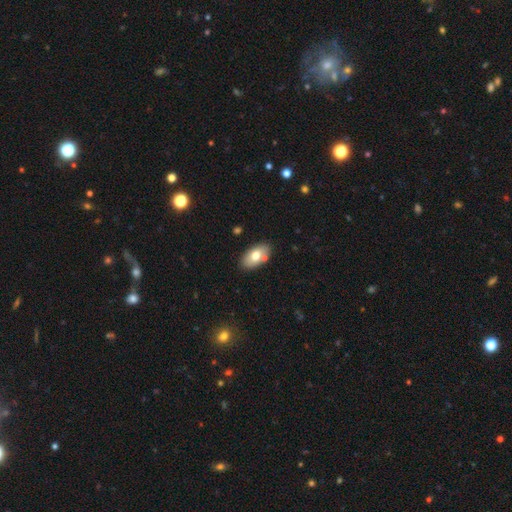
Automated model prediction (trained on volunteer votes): smooth 71%, featured or disk 22%, star or artifact 7%. Down the decision tree: how rounded — in between (93%); merging — none (78%).